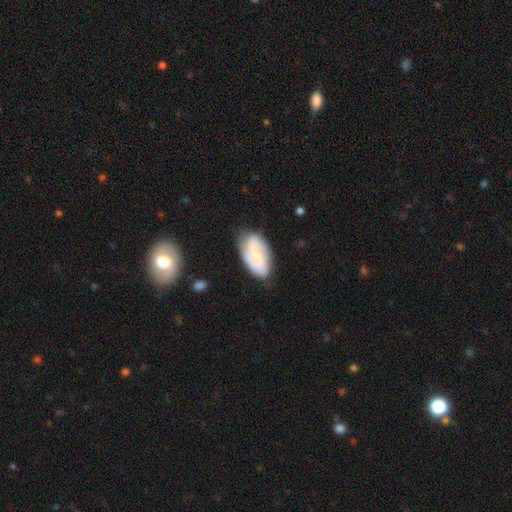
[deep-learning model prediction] A featured or disk galaxy (67%) with a weak bar (44%), 2 (68%) medium (44%) spiral arms (92%) and a small central bulge (58%). Merging: none (74%).